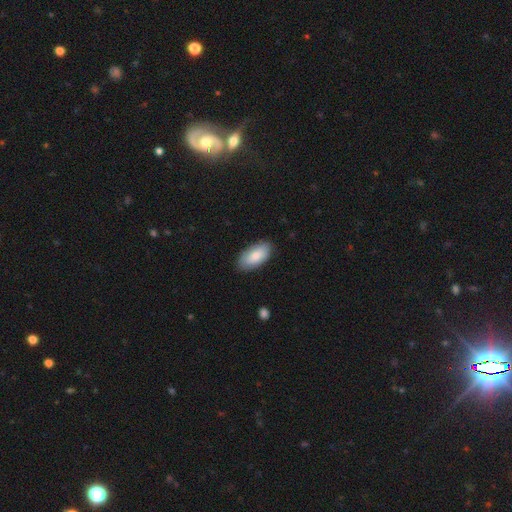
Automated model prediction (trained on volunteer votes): Overall: smooth (82%). How rounded: in between (94%). Merging: none (84%).